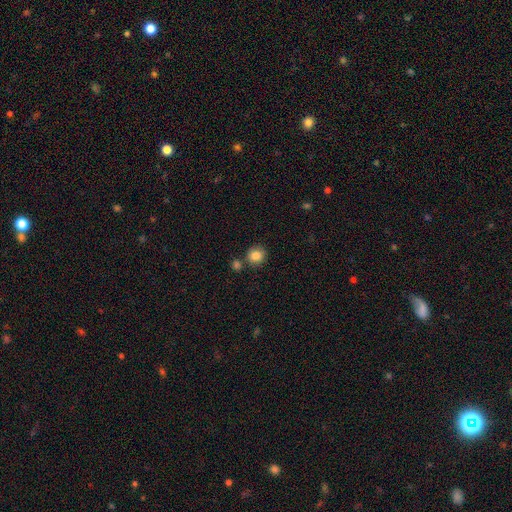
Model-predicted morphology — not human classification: Smooth or featured? Predicted: smooth (p=0.84). How rounded? Predicted: round (p=0.88). Merging? Predicted: none (p=0.75).